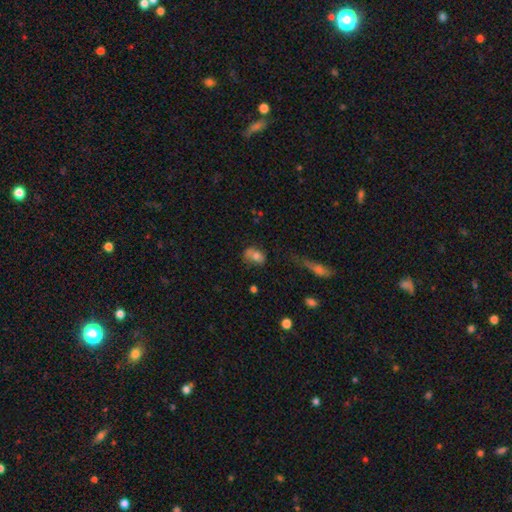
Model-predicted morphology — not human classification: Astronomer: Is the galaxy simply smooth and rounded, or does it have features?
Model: smooth — 67%.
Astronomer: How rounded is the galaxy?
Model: in between — 65%.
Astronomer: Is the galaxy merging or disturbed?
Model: none — 37% (runner-up: minor disturbance, 25%).